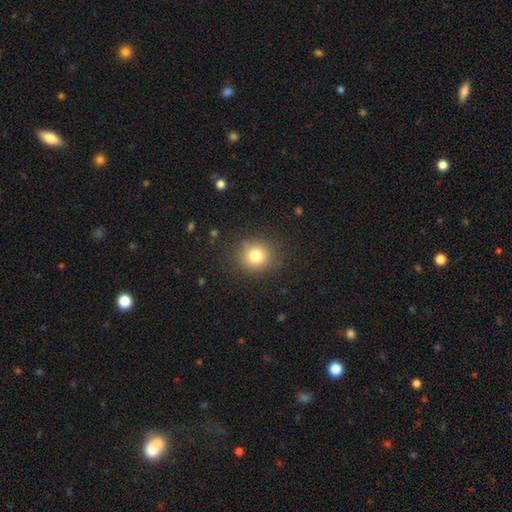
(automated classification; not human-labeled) Smooth or featured?
  - smooth: 79% *
  - star or artifact: 12%
  - featured or disk: 8%
How rounded?
  - round: 86% *
  - in between: 13%
  - cigar-shaped: 1%
Merging?
  - none: 86% *
  - minor disturbance: 9%
  - major disturbance: 3%
  - merger: 1%